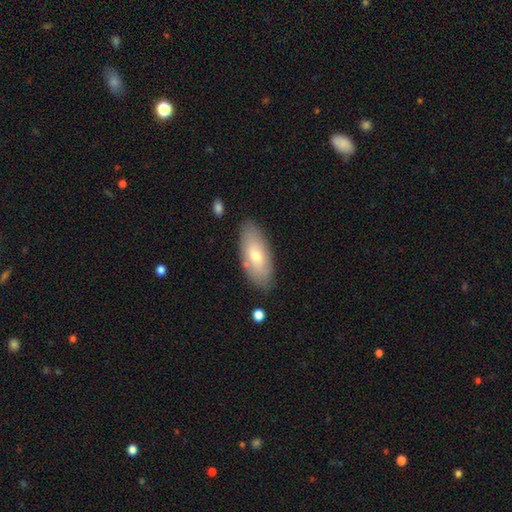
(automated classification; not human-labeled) Overall: smooth (66%; featured or disk 28%). How rounded: in between (86%). Merging: none (82%).